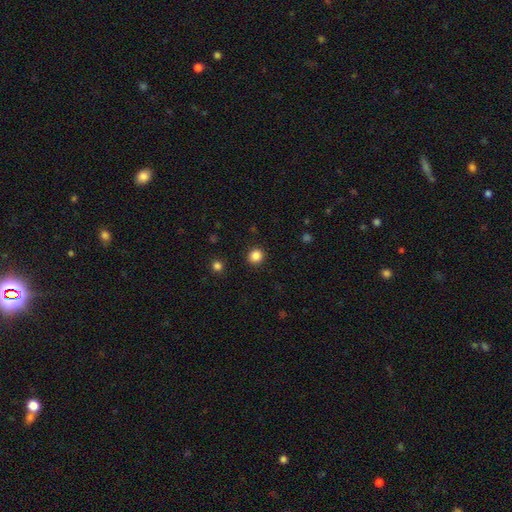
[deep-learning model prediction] Overall: smooth (85%). How rounded: round (90%). Merging: none (92%).